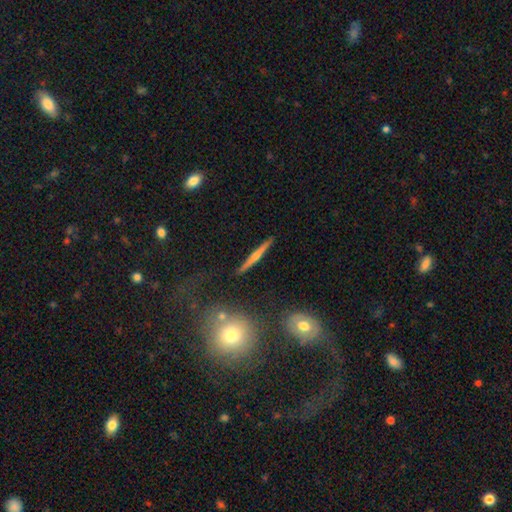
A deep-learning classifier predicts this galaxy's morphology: smooth-or-featured: featured or disk: 64% | smooth: 29% | star or artifact: 7%
  disk-edge-on: yes: 97% | no: 3%
    edge-on-bulge: rounded: 74% | none: 19% | boxy: 7%
  merging: none: 89% | minor disturbance: 7% | merger: 2% | major disturbance: 2%